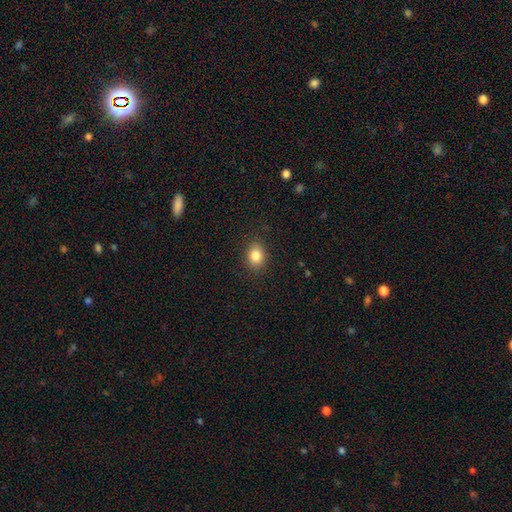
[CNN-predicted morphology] A smooth galaxy with no disk features (84%) that is in between round and cigar-shaped (60%).

Vote fractions:
- Smooth or featured? smooth: 84% / star or artifact: 10% / featured or disk: 6%
- How rounded? in between: 60% / round: 39% / cigar-shaped: 1%
- Merging? none: 88% / minor disturbance: 9% / major disturbance: 3% / merger: 1%